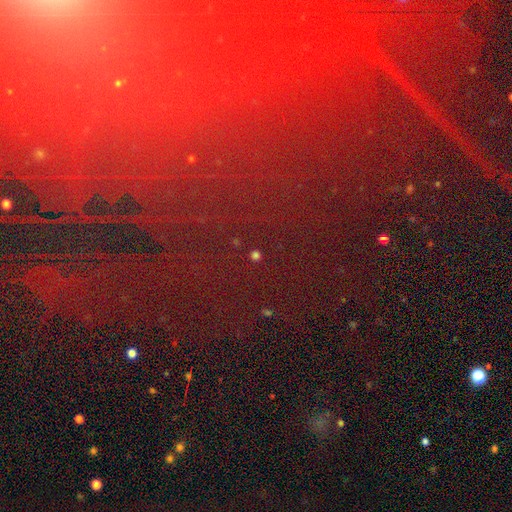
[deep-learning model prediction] A star or artifact, not a galaxy (71%).

Vote fractions:
- Smooth or featured? star or artifact: 71% / smooth: 19% / featured or disk: 9%